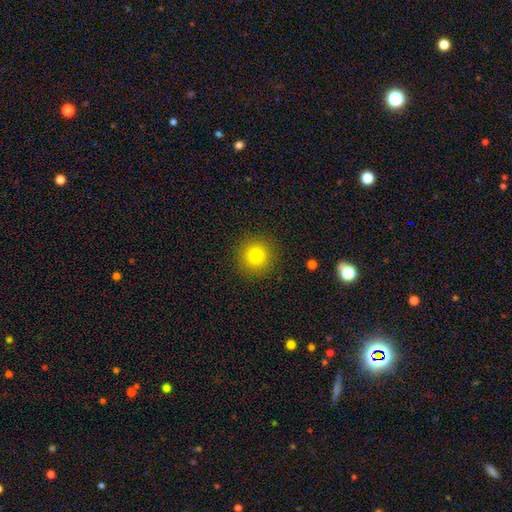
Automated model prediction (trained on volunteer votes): Smooth or featured?
  - smooth: 81% *
  - star or artifact: 12%
  - featured or disk: 7%
How rounded?
  - round: 94% *
  - in between: 5%
  - cigar-shaped: 1%
Merging?
  - none: 90% *
  - minor disturbance: 6%
  - major disturbance: 2%
  - merger: 1%